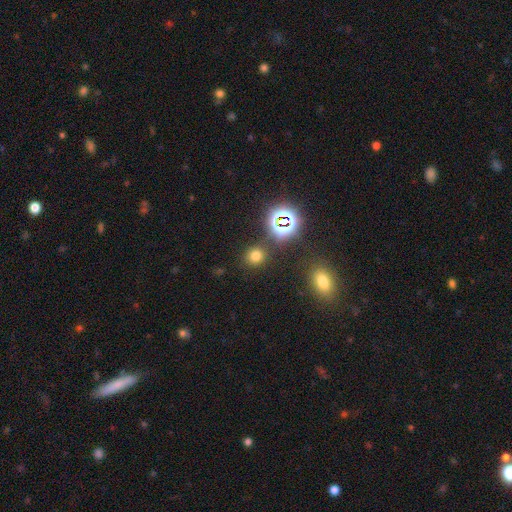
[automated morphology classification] This is likely a smooth galaxy (66%). How rounded: clearly round (84%). Merging: clearly none (84%).